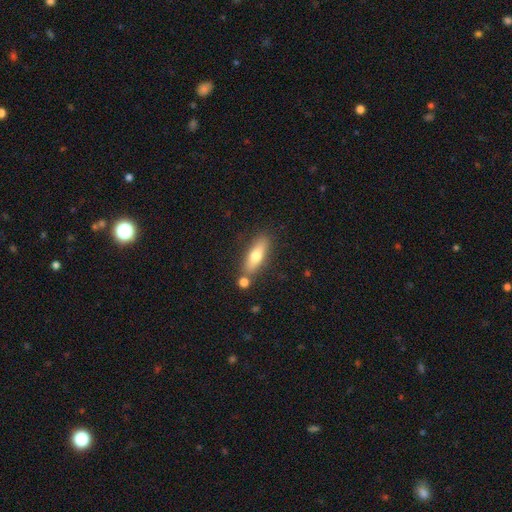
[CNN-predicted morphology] A smooth galaxy with no disk features (65%) that is cigar-shaped (50%).

Vote fractions:
- Smooth or featured? smooth: 65% / featured or disk: 29% / star or artifact: 7%
- How rounded? cigar-shaped: 50% / in between: 47% / round: 3%
- Merging? none: 75% / minor disturbance: 12% / merger: 10% / major disturbance: 3%